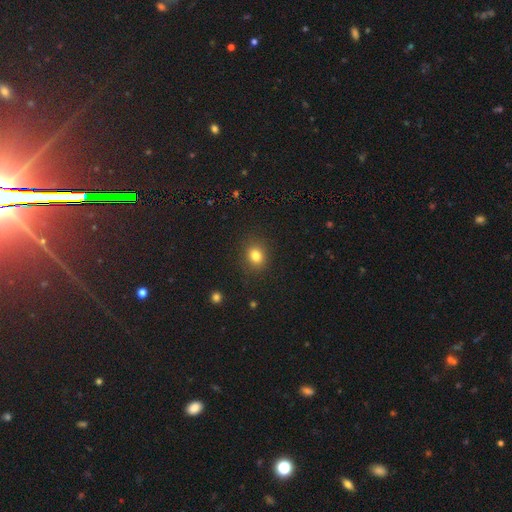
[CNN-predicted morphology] Overall: smooth (81%). How rounded: round (70%). Merging: none (88%).